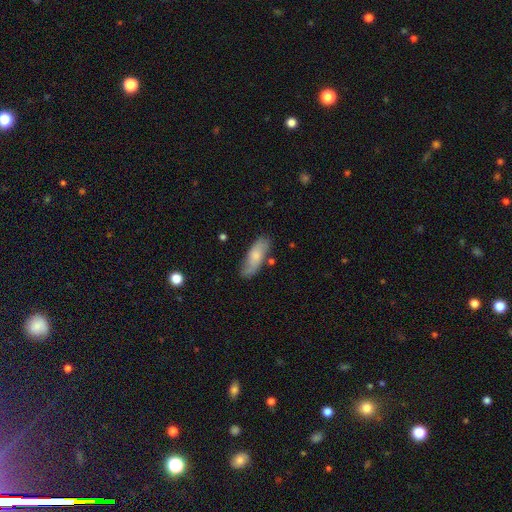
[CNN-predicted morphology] smooth_or_featured: smooth (p=0.62) [alt: featured or disk p=0.32]
how_rounded: in between (p=0.70) [alt: cigar-shaped p=0.28]
merging: none (p=0.72) [alt: minor disturbance p=0.20]